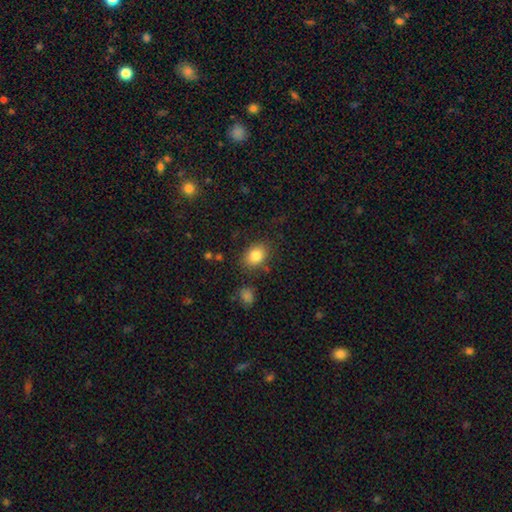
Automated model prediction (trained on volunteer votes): This appears to be a smooth galaxy with no disk features (84%) that is in between round and cigar-shaped (67%). Merging: none (79%).